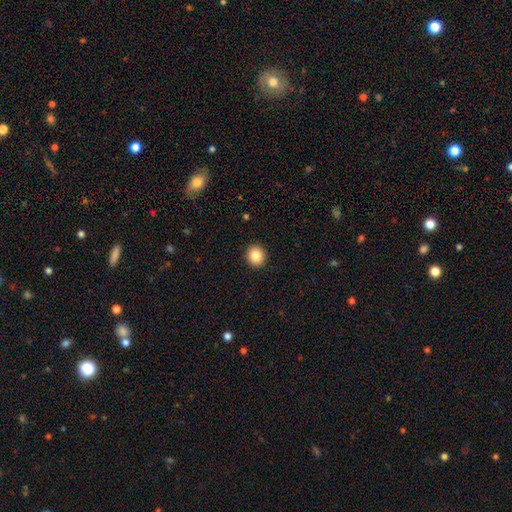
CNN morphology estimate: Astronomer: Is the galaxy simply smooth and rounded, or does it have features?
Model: smooth — 86%.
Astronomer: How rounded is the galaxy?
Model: round — 76%.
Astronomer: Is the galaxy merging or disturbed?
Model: none — 92%.